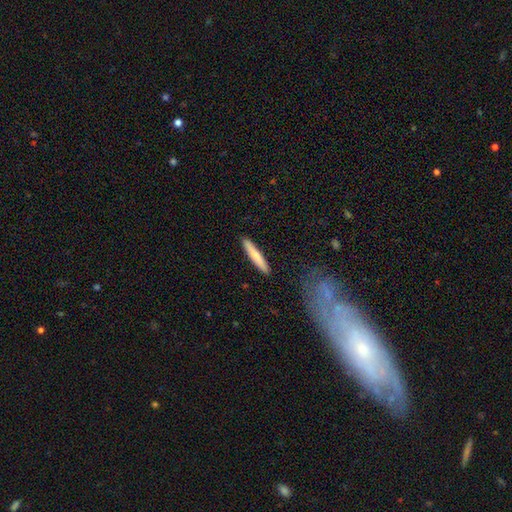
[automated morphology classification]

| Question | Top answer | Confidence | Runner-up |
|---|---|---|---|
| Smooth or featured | smooth | 69% | featured or disk (25%) |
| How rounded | cigar-shaped | 92% | in between (6%) |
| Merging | none | 90% | minor disturbance (7%) |